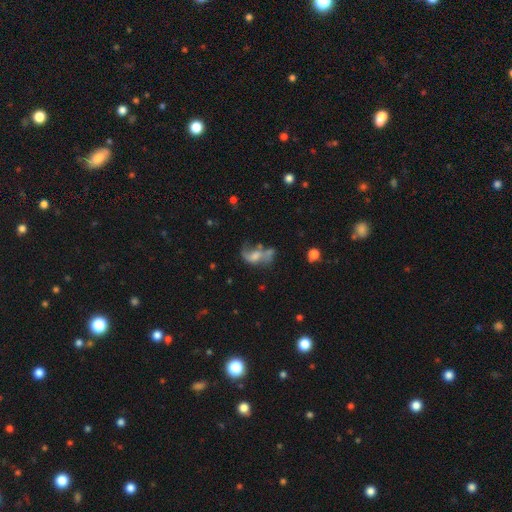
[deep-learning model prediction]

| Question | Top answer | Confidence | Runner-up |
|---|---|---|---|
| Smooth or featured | featured or disk | 58% | smooth (27%) |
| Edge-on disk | no | 95% | yes (5%) |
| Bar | no | 63% | weak (29%) |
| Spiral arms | yes | 64% | no (36%) |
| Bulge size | moderate | 39% | small (25%) |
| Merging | none | 32% | major disturbance (28%) |